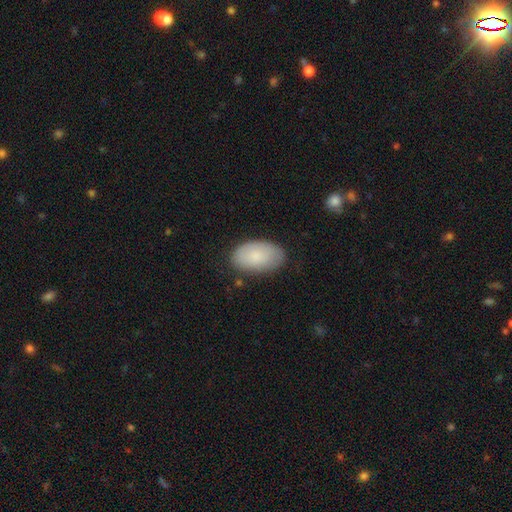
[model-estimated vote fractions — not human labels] Overall: smooth (82%). How rounded: in between (94%). Merging: none (79%).